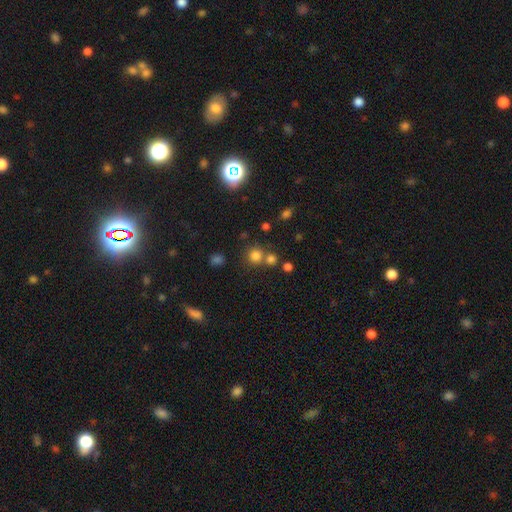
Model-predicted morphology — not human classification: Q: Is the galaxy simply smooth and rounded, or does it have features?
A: smooth — 76%.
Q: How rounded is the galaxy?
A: round — 89%.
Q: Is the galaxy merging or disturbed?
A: none — 63%.